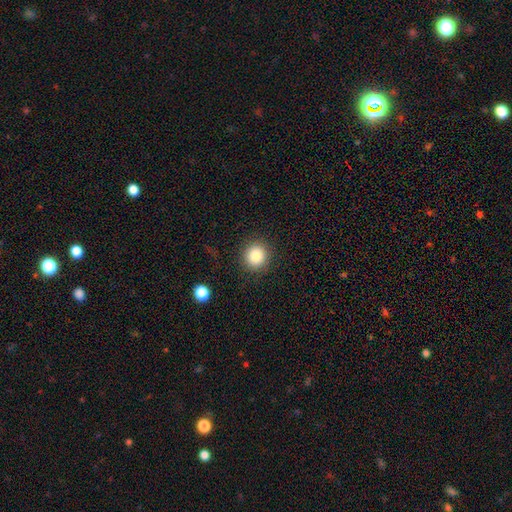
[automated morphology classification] Q: Smooth or featured?
A: smooth (83%); runner-up: star or artifact (10%)
Q: How rounded?
A: round (91%); runner-up: in between (8%)
Q: Merging?
A: none (90%); runner-up: minor disturbance (6%)